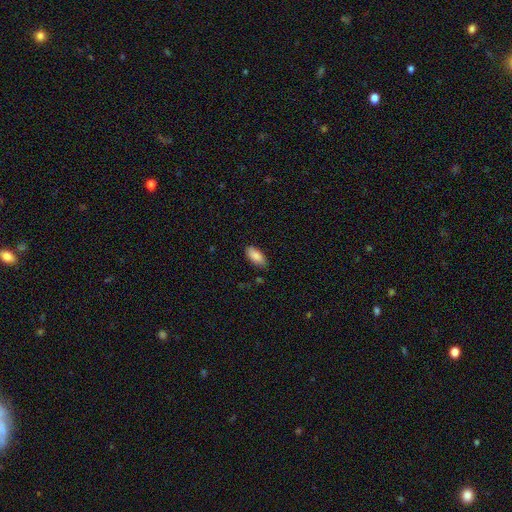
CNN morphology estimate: smooth-or-featured: smooth: 87% | star or artifact: 6% | featured or disk: 6%
  how-rounded: in between: 90% | cigar-shaped: 8% | round: 2%
  merging: none: 82% | minor disturbance: 14% | major disturbance: 3% | merger: 2%